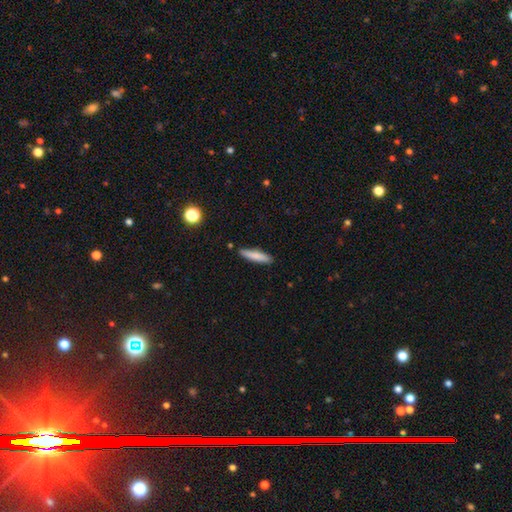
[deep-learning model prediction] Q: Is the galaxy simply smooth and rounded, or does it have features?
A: smooth — 80%.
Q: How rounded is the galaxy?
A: cigar-shaped — 82%.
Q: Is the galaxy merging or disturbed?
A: none — 86%.